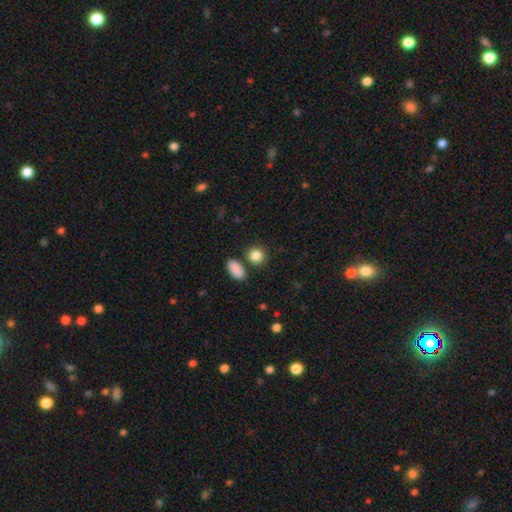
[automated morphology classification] smooth_or_featured: smooth (p=0.87) [alt: star or artifact p=0.08]
how_rounded: round (p=0.72) [alt: in between p=0.26]
merging: none (p=0.78) [alt: merger p=0.10]